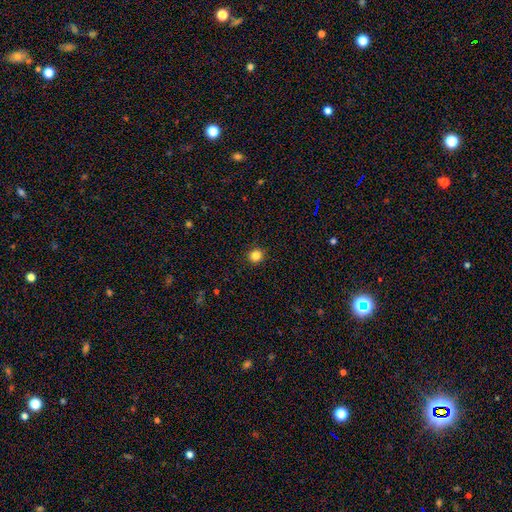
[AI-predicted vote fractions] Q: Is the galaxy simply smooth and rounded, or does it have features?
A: smooth — 84%.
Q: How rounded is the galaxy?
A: round — 90%.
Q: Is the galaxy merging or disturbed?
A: none — 92%.